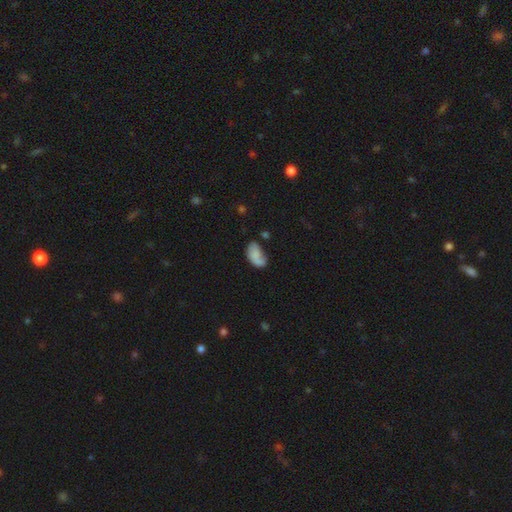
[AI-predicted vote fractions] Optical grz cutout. It shows a smooth galaxy with no disk features (70%) that is in between round and cigar-shaped (92%). Merging: none (40%).